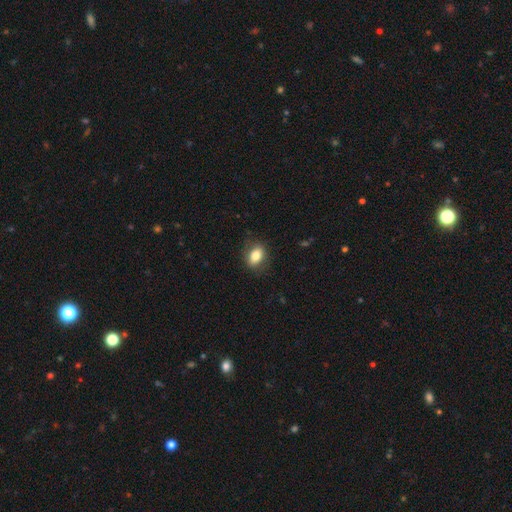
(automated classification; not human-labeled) smooth_or_featured: smooth (p=0.80) [alt: featured or disk p=0.12]
how_rounded: in between (p=0.79) [alt: round p=0.18]
merging: none (p=0.82) [alt: minor disturbance p=0.13]